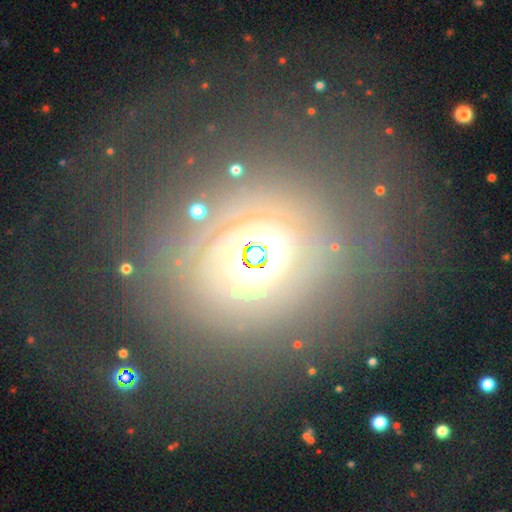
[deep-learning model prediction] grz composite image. It shows a featured or disk galaxy (42%). Merging: none (76%).